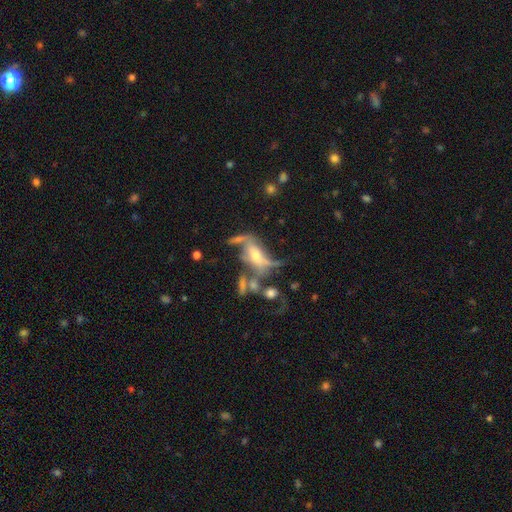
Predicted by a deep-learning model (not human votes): smooth_or_featured: featured or disk (p=0.70) [alt: smooth p=0.19]
disk_edge_on: no (p=0.83) [alt: yes p=0.17]
bar: no (p=0.54) [alt: weak p=0.29]
has_spiral_arms: yes (p=0.68) [alt: no p=0.32]
bulge_size: moderate (p=0.48) [alt: small p=0.36]
merging: major disturbance (p=0.30) [alt: none p=0.28]